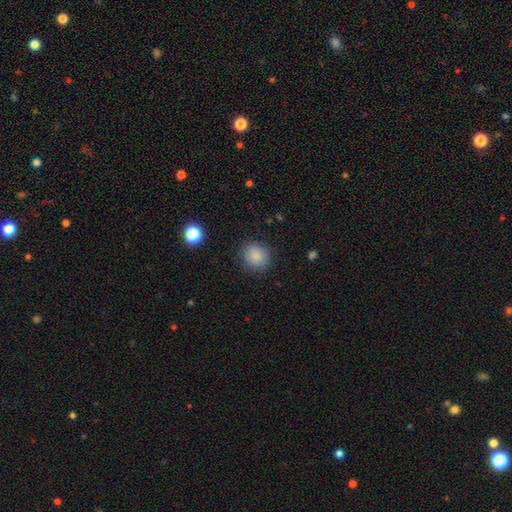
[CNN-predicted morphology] This appears to be a smooth galaxy with no disk features (86%) that is round (87%). Merging: none (87%).